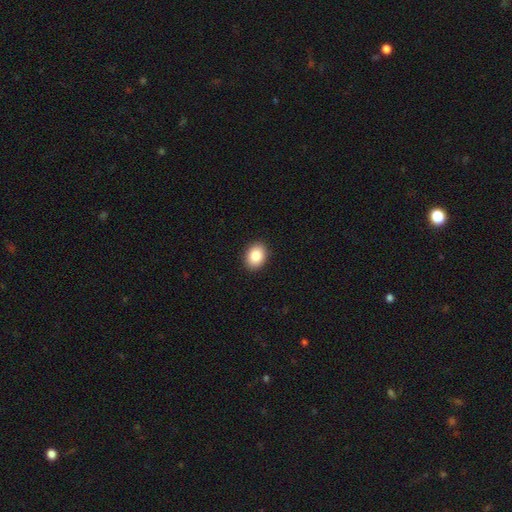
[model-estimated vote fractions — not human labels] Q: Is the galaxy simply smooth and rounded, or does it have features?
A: smooth — 87%.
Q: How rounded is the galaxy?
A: in between — 67%.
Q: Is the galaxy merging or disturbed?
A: none — 91%.